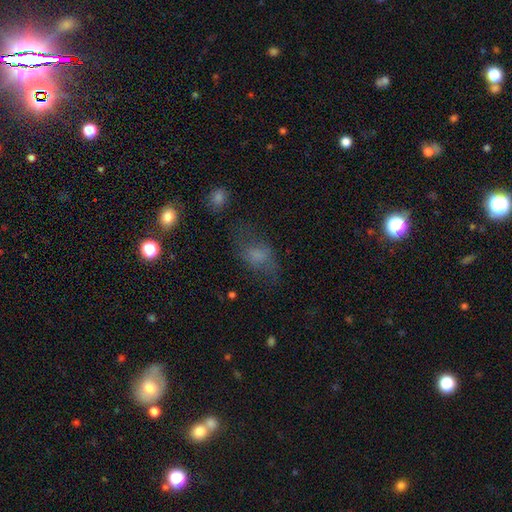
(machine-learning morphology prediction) This is possibly a smooth galaxy (53%). How rounded: likely in between (78%). Merging: possibly none (54%).